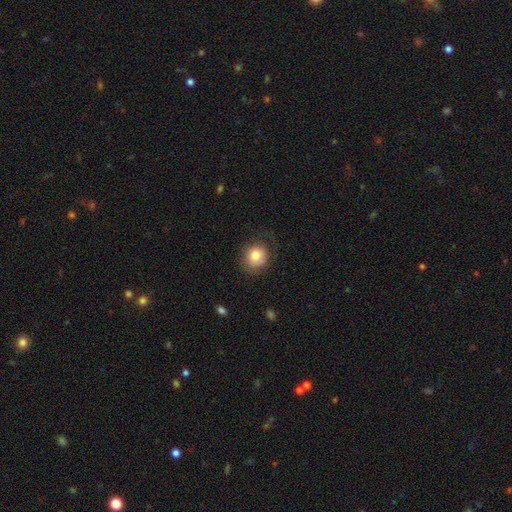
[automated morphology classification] smooth 80%, featured or disk 11%, star or artifact 9%. Down the decision tree: how rounded — round (84%); merging — none (76%).